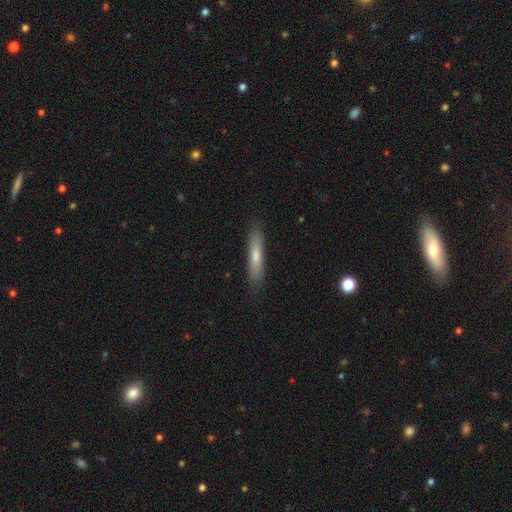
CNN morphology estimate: Q: Smooth or featured?
A: smooth (66%); runner-up: featured or disk (28%)
Q: How rounded?
A: cigar-shaped (87%); runner-up: in between (12%)
Q: Merging?
A: none (84%); runner-up: minor disturbance (12%)